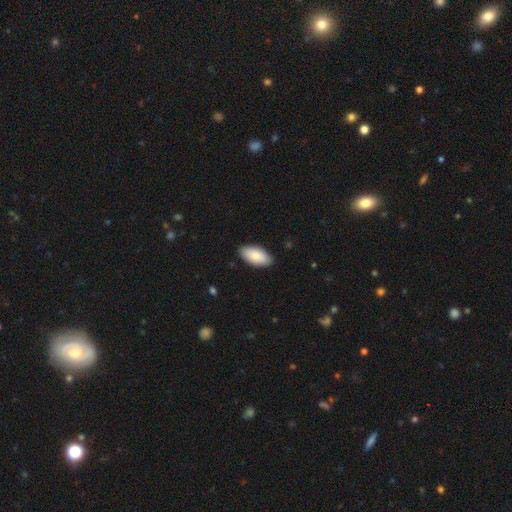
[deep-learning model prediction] This appears to be a smooth galaxy with no disk features (86%) that is in between round and cigar-shaped (95%). Merging: none (87%).